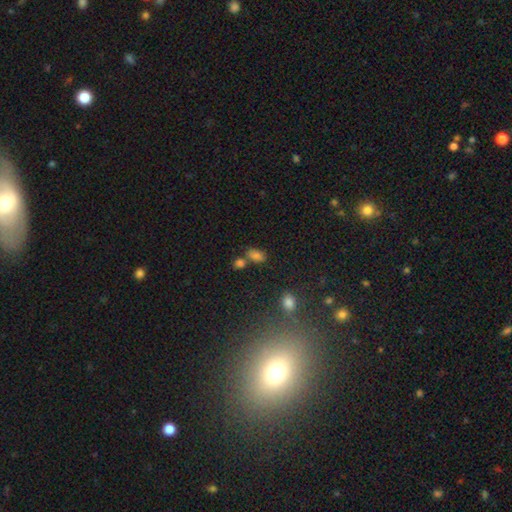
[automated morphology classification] smooth_or_featured: smooth (p=0.73) [alt: star or artifact p=0.19]
how_rounded: in between (p=0.84) [alt: round p=0.13]
merging: none (p=0.55) [alt: merger p=0.28]